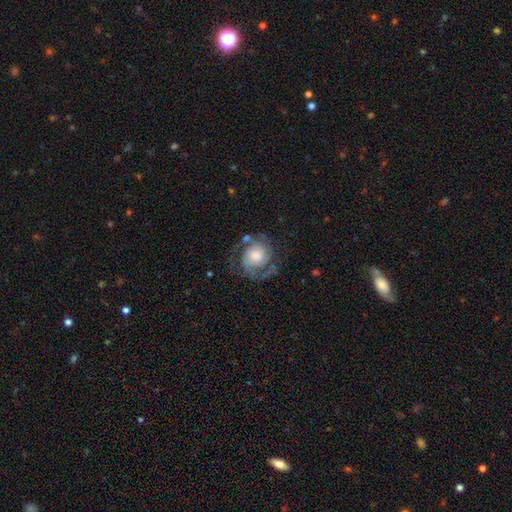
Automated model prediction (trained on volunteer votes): This is clearly a featured or disk galaxy (83%). It is clearly not viewed edge-on (98%). Bar: likely no (66%). Spiral arm pattern: clearly yes (95%). Spiral arm count: likely 2 (78%). Spiral winding: marginally medium (44%). Central bulge: marginally moderate (41%). Merging: likely none (66%).